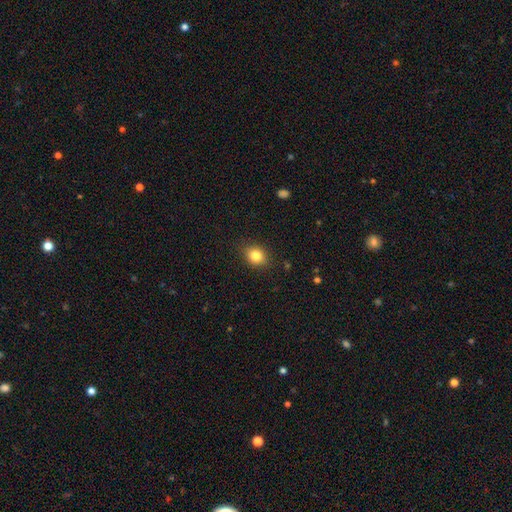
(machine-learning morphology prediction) Smooth or featured? Predicted: smooth (p=0.83). How rounded? Predicted: round (p=0.54). Merging? Predicted: none (p=0.86).